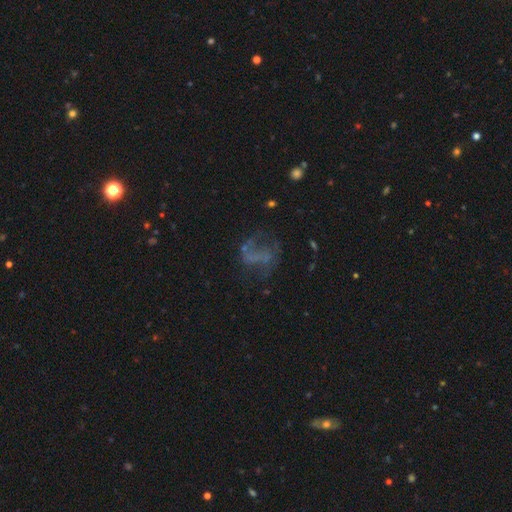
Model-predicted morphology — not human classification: The model was most divided on "merging": none: 42%, major disturbance: 35%, minor disturbance: 18%, merger: 5%. More confident: edge-on disk — no (97%); bulge size — none (78%); bar — no (69%); spiral arms — no (57%); smooth or featured — featured or disk (52%).